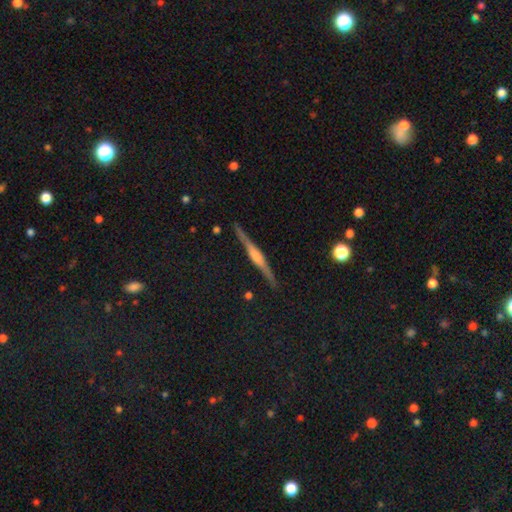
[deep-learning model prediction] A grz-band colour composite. It shows a featured or disk galaxy (75%) viewed edge-on (98%) with a rounded central bulge (55%). Merging: none (89%).